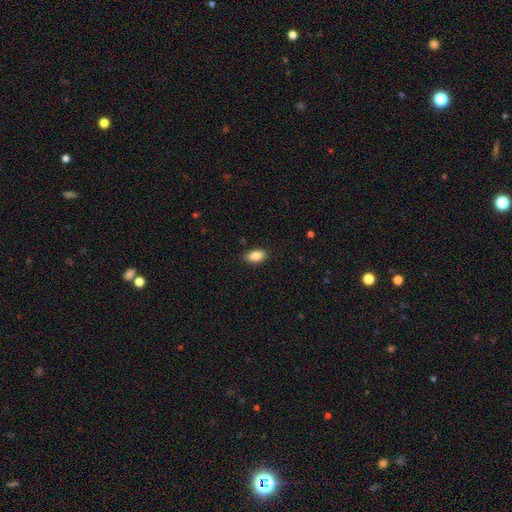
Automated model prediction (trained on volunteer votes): The model was most divided on "smooth or featured": smooth: 87%, star or artifact: 7%, featured or disk: 6%. More confident: how rounded — in between (91%); merging — none (88%).